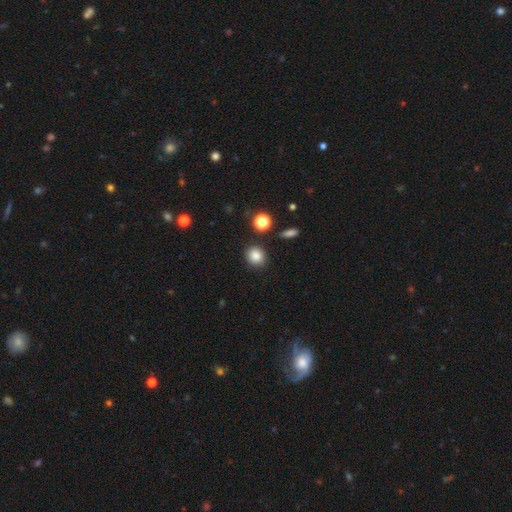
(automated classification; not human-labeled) Smooth or featured?
  - smooth: 84% *
  - star or artifact: 11%
  - featured or disk: 5%
How rounded?
  - round: 80% *
  - in between: 19%
  - cigar-shaped: 1%
Merging?
  - none: 86% *
  - minor disturbance: 8%
  - merger: 3%
  - major disturbance: 3%